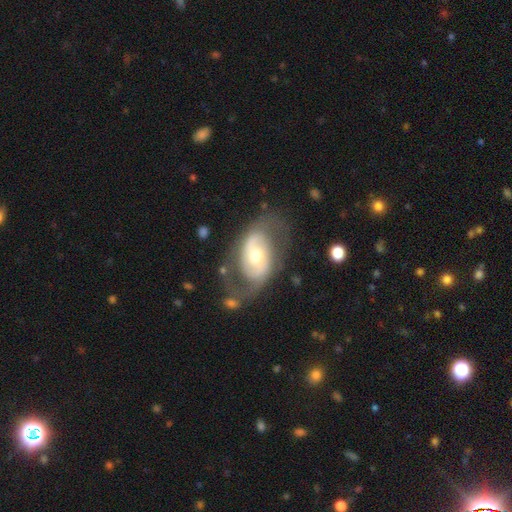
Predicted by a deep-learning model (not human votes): Overall: featured or disk (72%). Edge-on disk: no (95%). Bar: no (50%; weak 32%). Spiral arms: yes (72%). Bulge size: moderate (67%). Merging: none (60%).